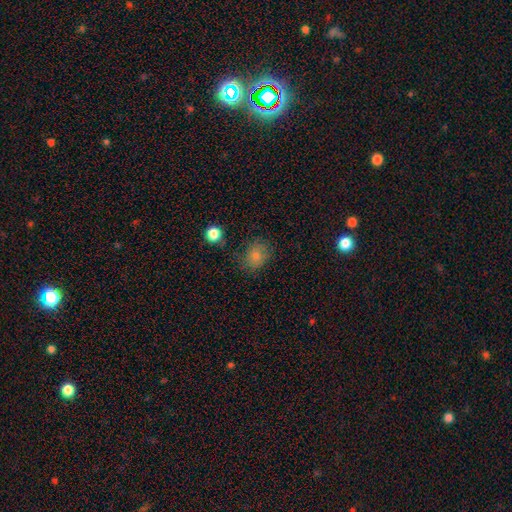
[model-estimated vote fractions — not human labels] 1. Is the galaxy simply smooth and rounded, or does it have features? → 78% smooth, 13% star or artifact, 9% featured or disk.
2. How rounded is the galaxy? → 57% round, 42% in between, 1% cigar-shaped.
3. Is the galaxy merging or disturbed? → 68% none, 21% minor disturbance, 8% major disturbance, 2% merger.